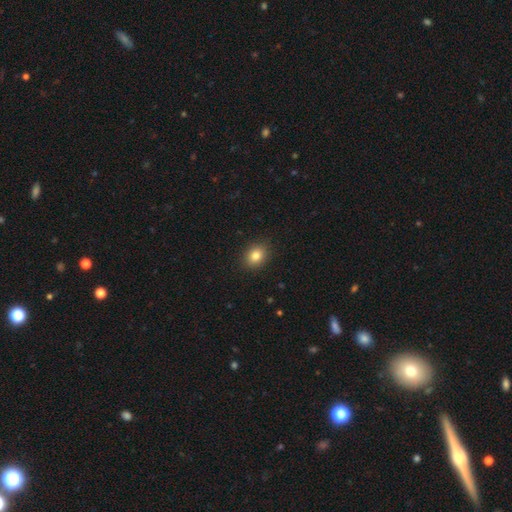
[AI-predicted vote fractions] Morphology: type=smooth (83%); roundness=in between (52%); merging=none (90%).